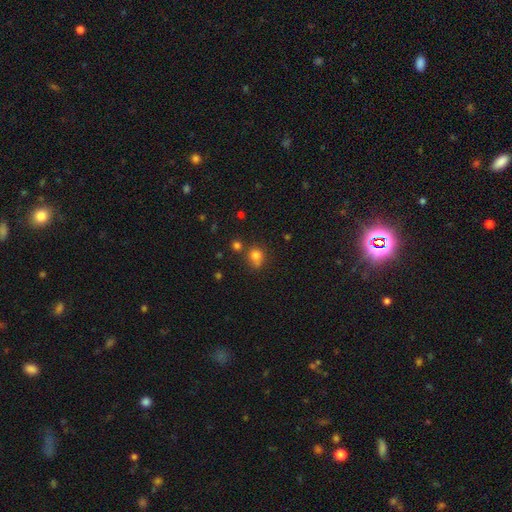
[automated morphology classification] smooth 78%, star or artifact 14%, featured or disk 8%. Down the decision tree: how rounded — round (73%); merging — none (56%).